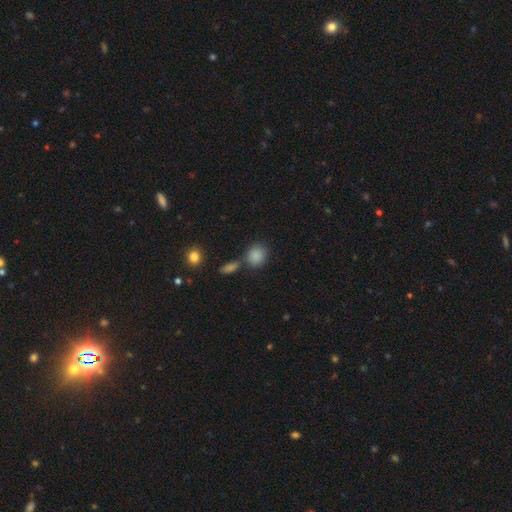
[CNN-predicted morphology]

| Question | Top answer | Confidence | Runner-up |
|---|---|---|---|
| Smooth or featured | smooth | 86% | star or artifact (8%) |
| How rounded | round | 67% | in between (31%) |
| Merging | none | 67% | merger (18%) |